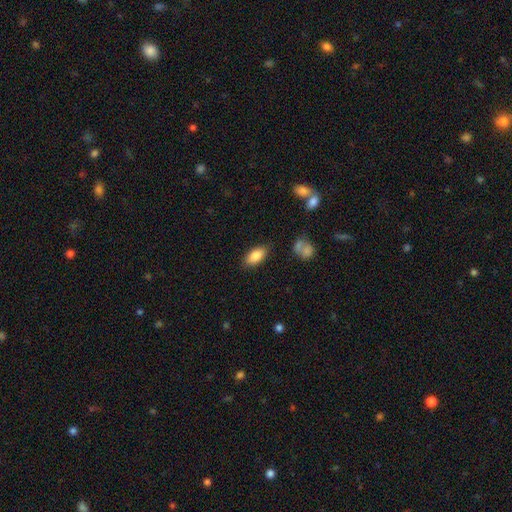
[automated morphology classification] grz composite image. It shows a smooth galaxy with no disk features (85%) that is in between round and cigar-shaped (91%). Merging: none (84%).